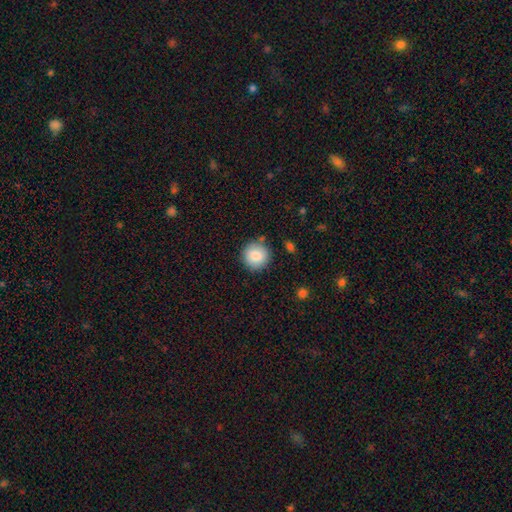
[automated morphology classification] A smooth galaxy with no disk features (86%) that is round (95%).

Vote fractions:
- Smooth or featured? smooth: 86% / star or artifact: 8% / featured or disk: 6%
- How rounded? round: 95% / in between: 4% / cigar-shaped: 1%
- Merging? none: 86% / minor disturbance: 9% / merger: 3% / major disturbance: 2%